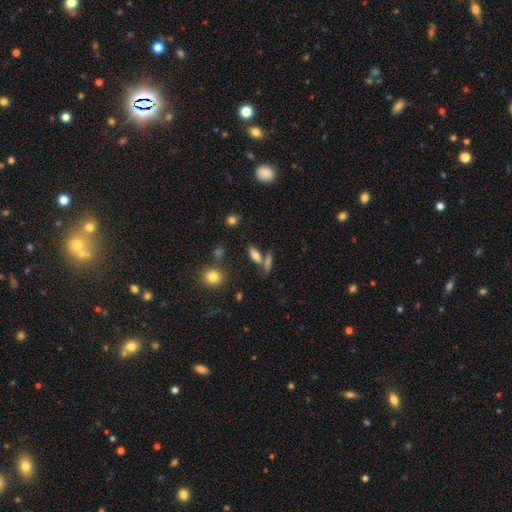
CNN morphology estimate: A smooth galaxy with no disk features (70%) that is in between round and cigar-shaped (64%).

Vote fractions:
- Smooth or featured? smooth: 70% / featured or disk: 18% / star or artifact: 12%
- How rounded? in between: 64% / cigar-shaped: 31% / round: 5%
- Merging? none: 56% / merger: 27% / minor disturbance: 11% / major disturbance: 5%